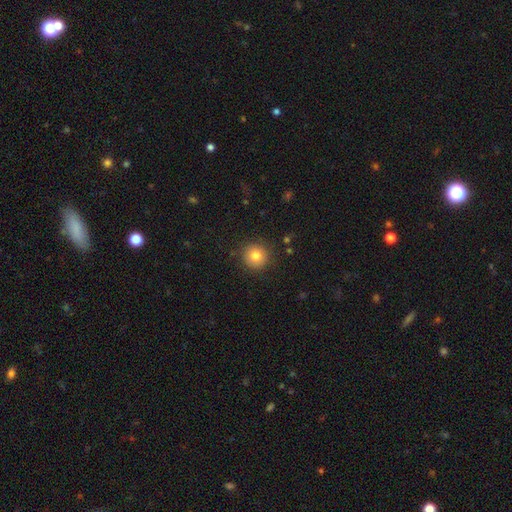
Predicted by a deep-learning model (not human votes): A smooth galaxy with no disk features (80%) that is round (95%). Merging: none (89%).